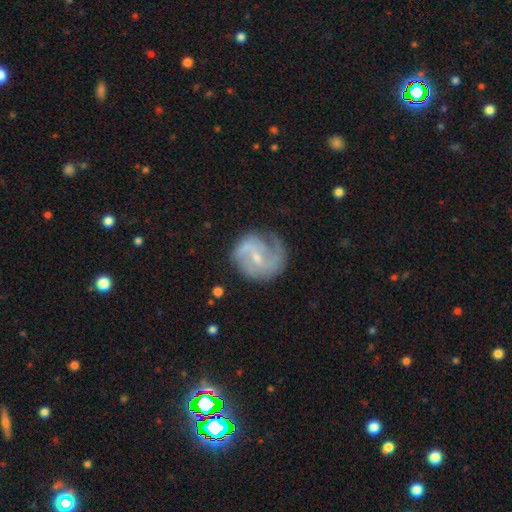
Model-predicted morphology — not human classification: Smooth or featured? featured or disk (79%)
Edge-on disk? no (98%)
Bar? weak (57%)
Spiral arms? yes (93%)
Spiral winding? medium (45%)
Spiral arm count? 2 (59%)
Bulge size? small (62%)
Merging? none (63%)